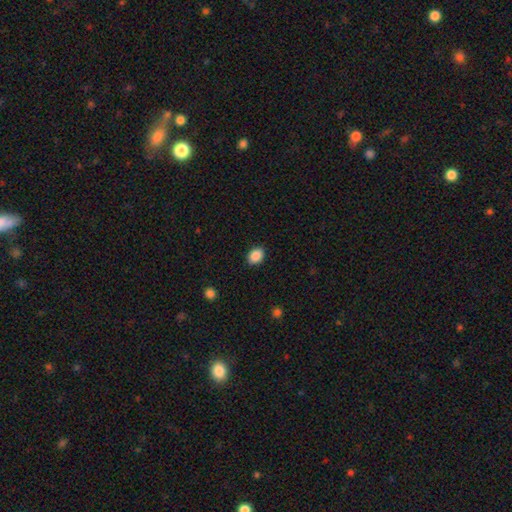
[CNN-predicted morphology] smooth-or-featured: smooth: 89% | star or artifact: 8% | featured or disk: 3%
  how-rounded: in between: 67% | round: 32% | cigar-shaped: 1%
  merging: none: 89% | minor disturbance: 8% | major disturbance: 2% | merger: 1%